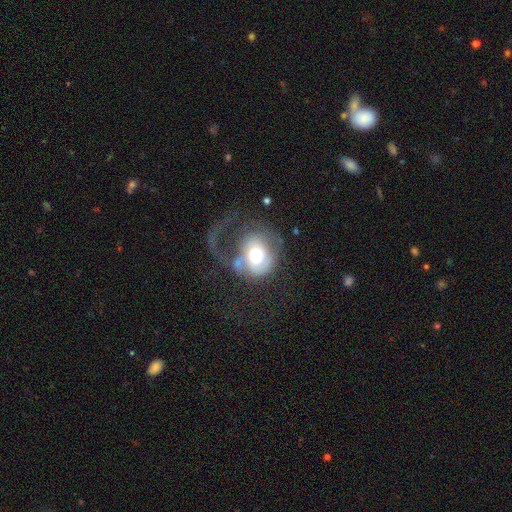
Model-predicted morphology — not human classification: Q: Smooth or featured?
A: featured or disk (52%); runner-up: smooth (40%)
Q: Edge-on disk?
A: no (97%); runner-up: yes (3%)
Q: Bar?
A: no (76%); runner-up: weak (18%)
Q: Spiral arms?
A: yes (59%); runner-up: no (41%)
Q: Bulge size?
A: moderate (58%); runner-up: large (30%)
Q: Merging?
A: major disturbance (61%); runner-up: none (20%)